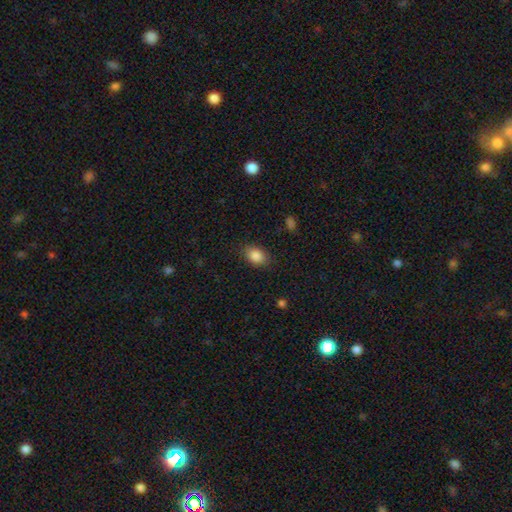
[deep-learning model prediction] Smooth or featured? smooth (86%)
How rounded? in between (76%)
Merging? none (85%)